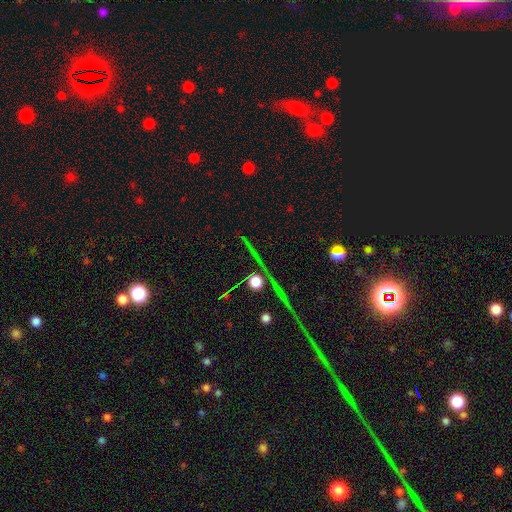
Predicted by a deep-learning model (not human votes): This appears to be a star or artifact, not a galaxy (67%).